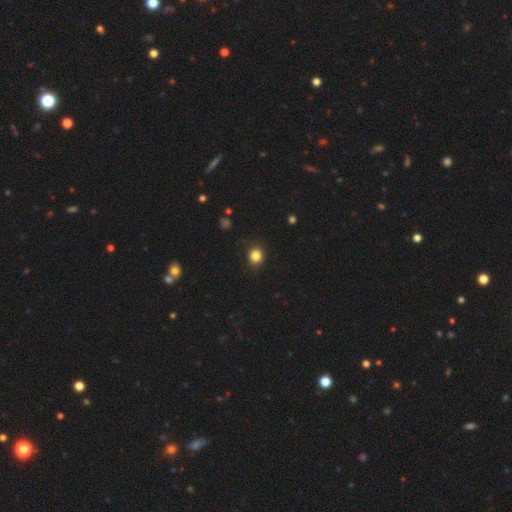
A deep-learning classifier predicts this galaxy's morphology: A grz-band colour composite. It shows a smooth galaxy with no disk features (84%) that is round (78%). Merging: none (88%).